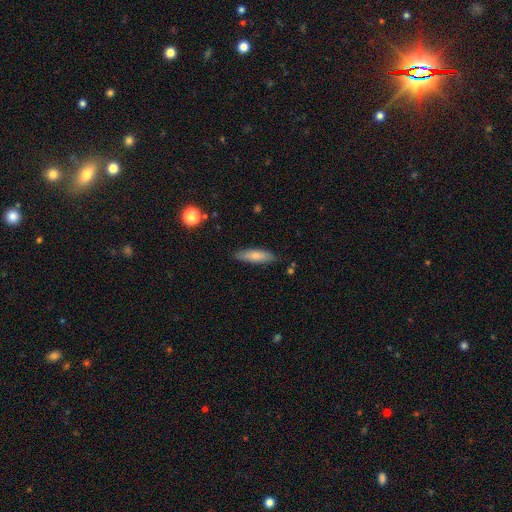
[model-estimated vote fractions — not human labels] Smooth or featured: smooth — 77% (featured or disk — 17%)
How rounded: cigar-shaped — 62% (in between — 36%)
Merging: none — 85% (minor disturbance — 11%)